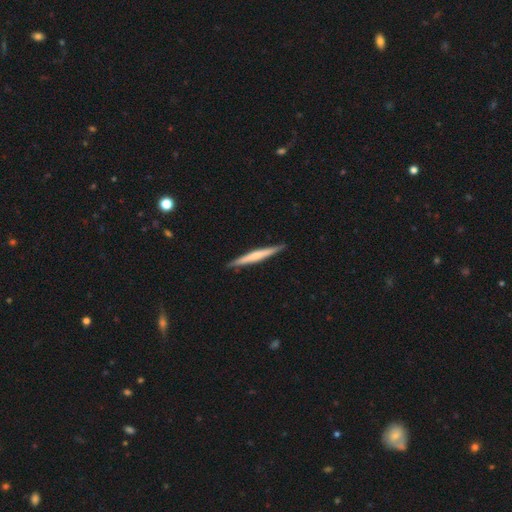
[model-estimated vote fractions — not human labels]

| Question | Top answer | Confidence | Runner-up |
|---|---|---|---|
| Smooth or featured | featured or disk | 52% | smooth (44%) |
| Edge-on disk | yes | 97% | no (3%) |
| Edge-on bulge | none | 48% | rounded (40%) |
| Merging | none | 91% | minor disturbance (7%) |